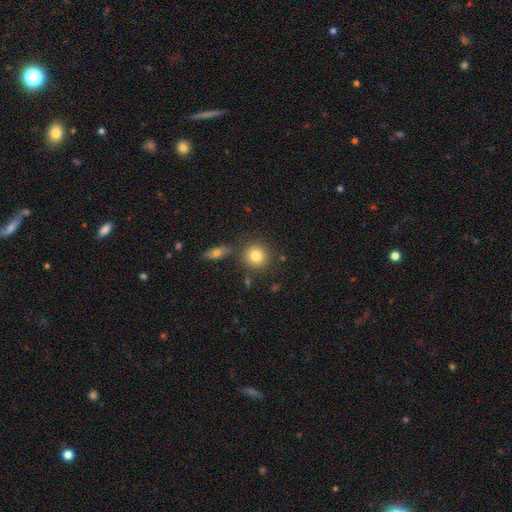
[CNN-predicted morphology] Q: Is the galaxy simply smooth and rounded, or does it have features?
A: smooth — 82%.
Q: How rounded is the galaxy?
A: round — 89%.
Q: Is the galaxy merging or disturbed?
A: none — 78%.